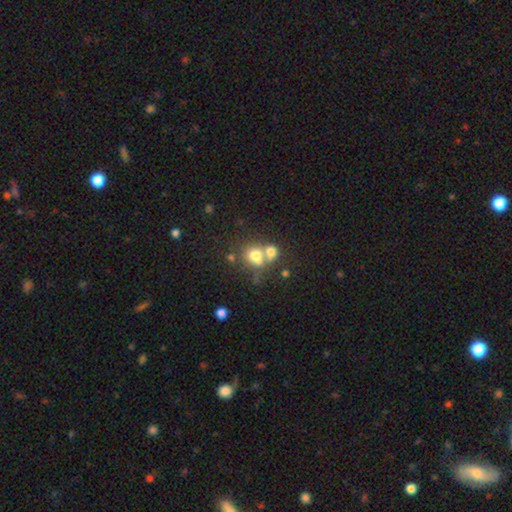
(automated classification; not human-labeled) Smooth or featured: smooth — 69% (featured or disk — 17%)
How rounded: round — 74% (in between — 25%)
Merging: merger — 53% (none — 34%)